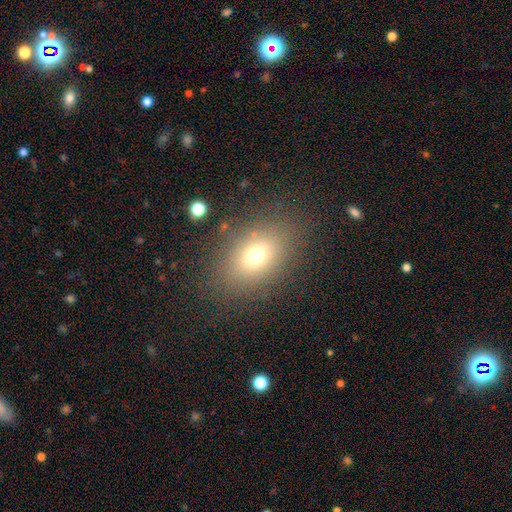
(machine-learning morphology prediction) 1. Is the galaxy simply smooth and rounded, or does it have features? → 70% smooth, 15% star or artifact, 14% featured or disk.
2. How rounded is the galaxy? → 74% in between, 24% round, 2% cigar-shaped.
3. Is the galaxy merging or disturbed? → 82% none, 10% minor disturbance, 6% major disturbance, 2% merger.